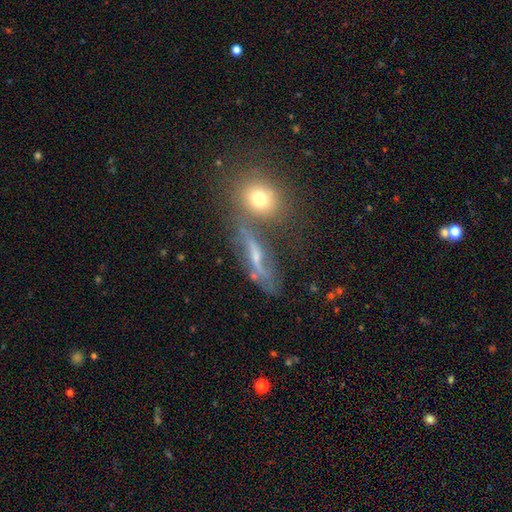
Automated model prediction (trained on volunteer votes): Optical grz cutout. It shows a featured or disk galaxy (57%). Merging: none (53%).